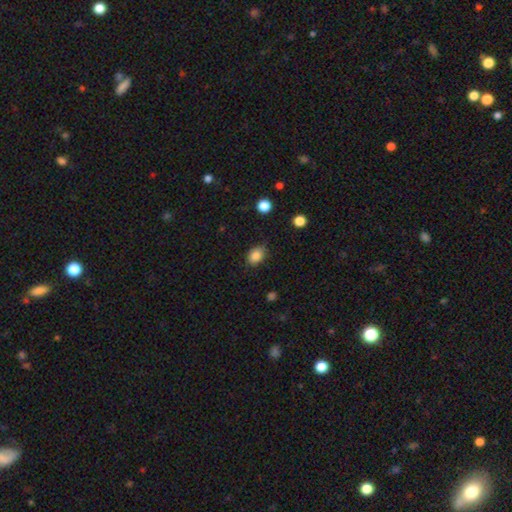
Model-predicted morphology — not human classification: The model was most divided on "how rounded": in between: 68%, round: 31%, cigar-shaped: 1%. More confident: smooth or featured — smooth (85%); merging — none (76%).